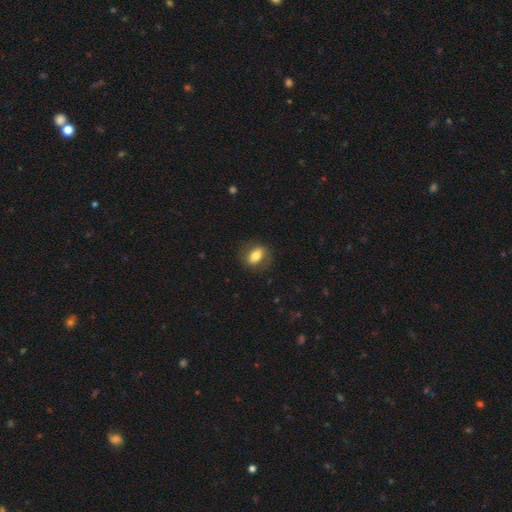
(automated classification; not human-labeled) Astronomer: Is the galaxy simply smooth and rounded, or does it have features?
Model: smooth — 70%.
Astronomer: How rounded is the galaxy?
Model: in between — 78%.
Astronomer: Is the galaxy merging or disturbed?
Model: none — 79%.